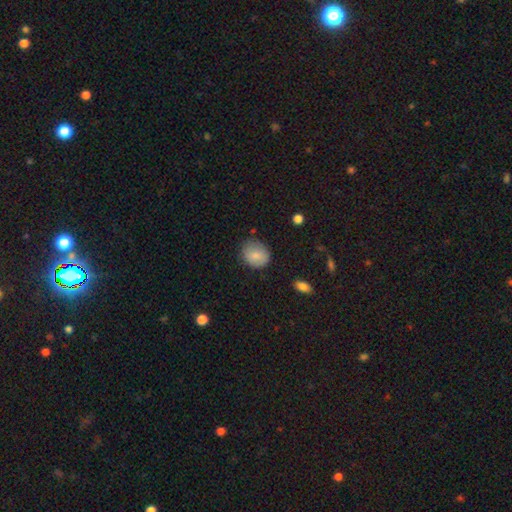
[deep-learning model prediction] smooth_or_featured: smooth (p=0.82) [alt: featured or disk p=0.10]
how_rounded: round (p=0.68) [alt: in between p=0.31]
merging: none (p=0.73) [alt: minor disturbance p=0.21]